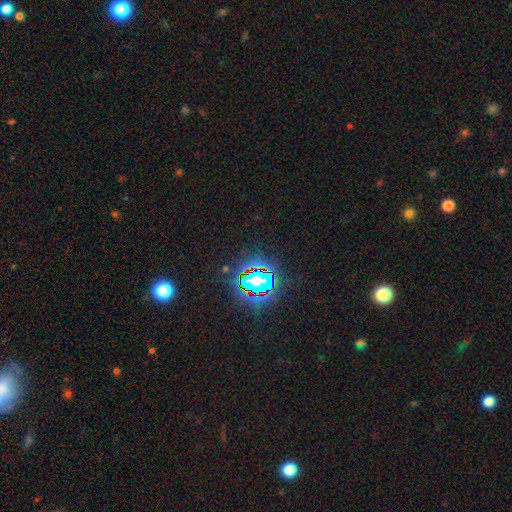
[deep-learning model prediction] Smooth or featured? star or artifact (80%)